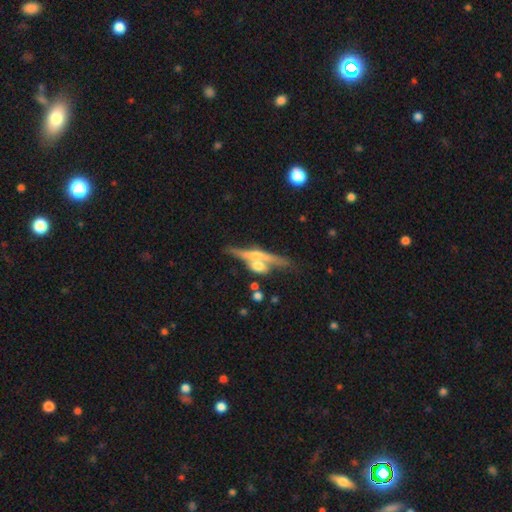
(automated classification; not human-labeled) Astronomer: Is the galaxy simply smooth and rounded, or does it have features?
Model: featured or disk — 64%.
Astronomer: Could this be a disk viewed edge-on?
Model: yes — 90%.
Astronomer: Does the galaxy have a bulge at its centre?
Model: rounded — 75%.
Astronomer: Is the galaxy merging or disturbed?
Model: none — 46% (runner-up: merger, 37%).